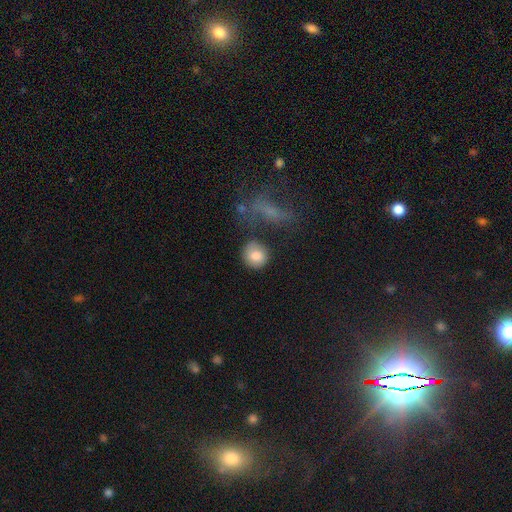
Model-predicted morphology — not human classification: type=smooth (81%); roundness=round (86%); merging=none (72%).